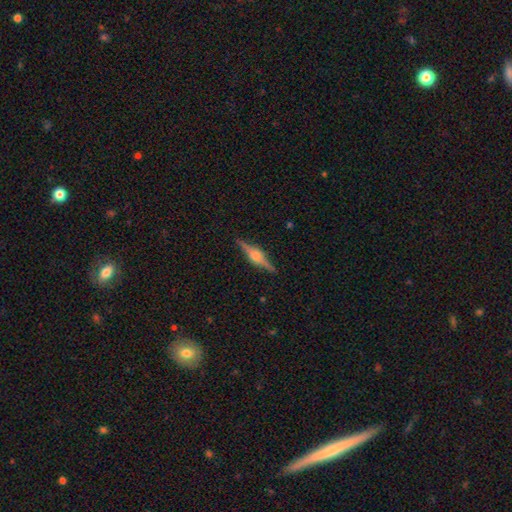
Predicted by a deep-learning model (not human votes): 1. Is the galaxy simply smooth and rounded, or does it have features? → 80% featured or disk, 14% smooth, 6% star or artifact.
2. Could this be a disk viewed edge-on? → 98% yes, 2% no.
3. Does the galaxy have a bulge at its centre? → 86% rounded, 12% boxy, 2% none.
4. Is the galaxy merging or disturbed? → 90% none, 7% minor disturbance, 2% major disturbance, 1% merger.